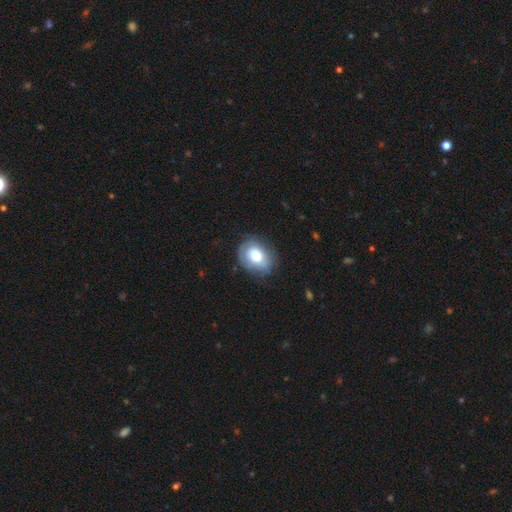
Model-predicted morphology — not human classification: A smooth galaxy with no disk features (67%) that is in between round and cigar-shaped (60%). Merging: none (71%).